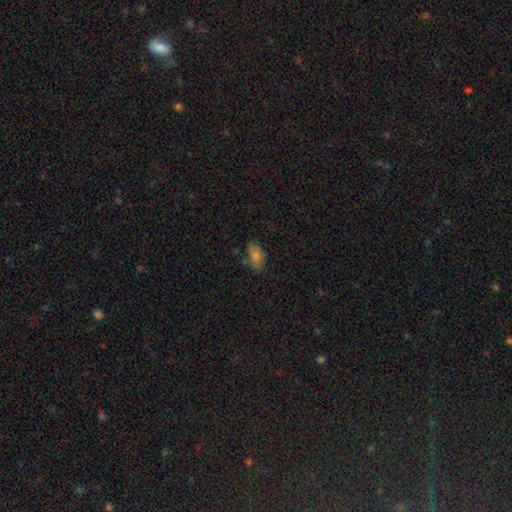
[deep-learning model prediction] Q: Smooth or featured?
A: smooth (70%); runner-up: featured or disk (18%)
Q: How rounded?
A: in between (89%); runner-up: round (8%)
Q: Merging?
A: none (70%); runner-up: minor disturbance (22%)